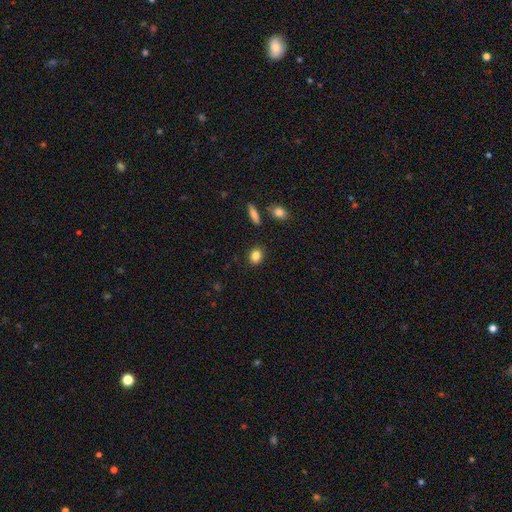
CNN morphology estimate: Smooth or featured?
  - smooth: 85% *
  - star or artifact: 10%
  - featured or disk: 6%
How rounded?
  - round: 58% *
  - in between: 40%
  - cigar-shaped: 2%
Merging?
  - none: 89% *
  - minor disturbance: 7%
  - major disturbance: 2%
  - merger: 2%